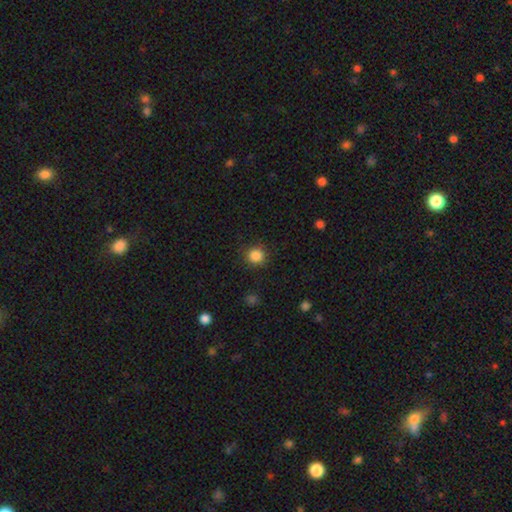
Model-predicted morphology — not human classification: smooth 85%, star or artifact 11%, featured or disk 4%. Down the decision tree: how rounded — round (93%); merging — none (89%).